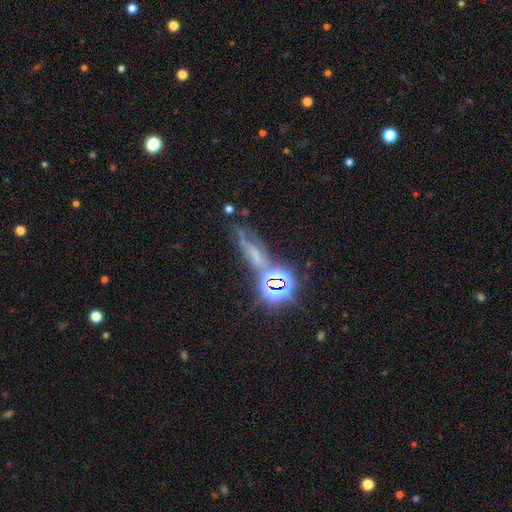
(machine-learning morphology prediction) This appears to be a star or artifact, not a galaxy (47%).